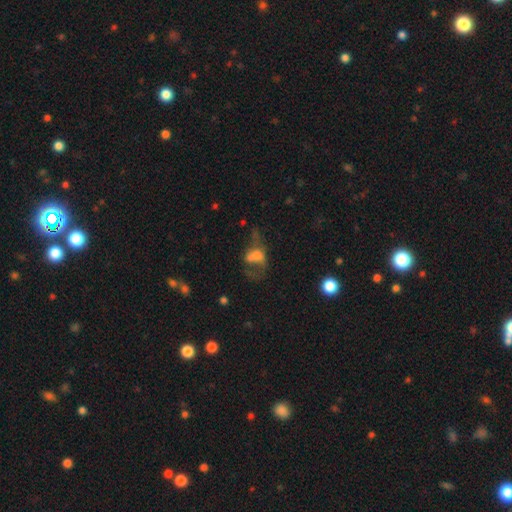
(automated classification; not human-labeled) A smooth galaxy with no disk features (46%). Merging: major disturbance (52%).